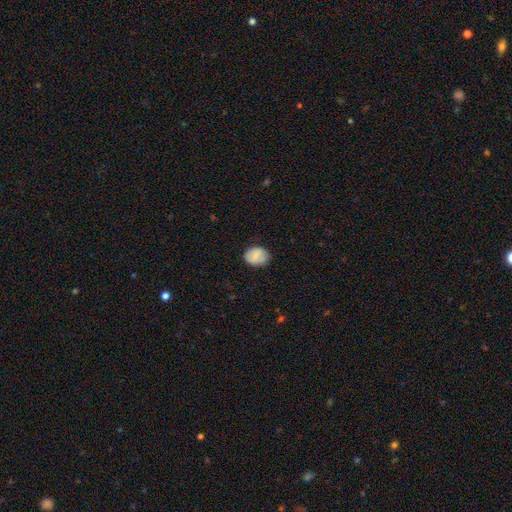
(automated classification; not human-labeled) Smooth or featured? Predicted: smooth (p=0.75). How rounded? Predicted: in between (p=0.62). Merging? Predicted: none (p=0.79).